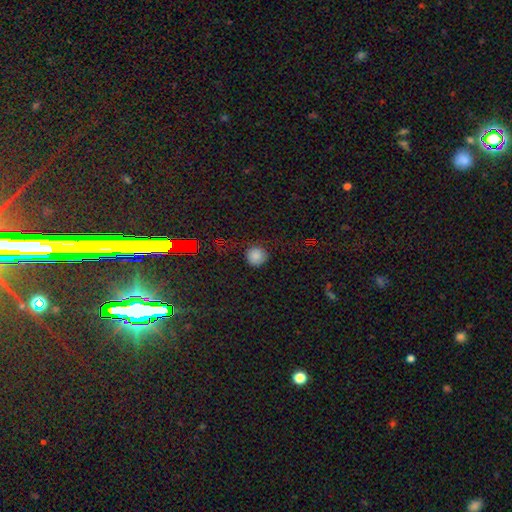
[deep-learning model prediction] Q: Smooth or featured?
A: smooth (79%); runner-up: star or artifact (16%)
Q: How rounded?
A: round (94%); runner-up: in between (5%)
Q: Merging?
A: none (86%); runner-up: minor disturbance (9%)